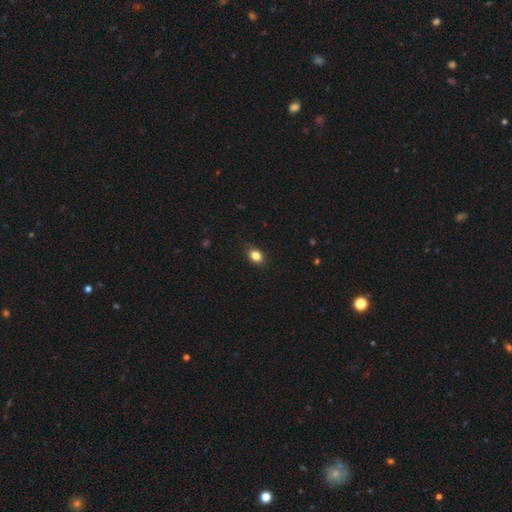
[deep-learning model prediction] A smooth galaxy with no disk features (84%) that is in between round and cigar-shaped (59%). Merging: none (85%).